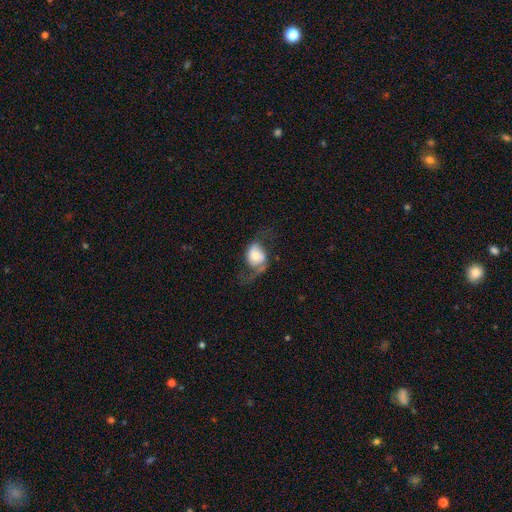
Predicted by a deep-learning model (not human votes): Q: Smooth or featured?
A: featured or disk (63%); runner-up: smooth (30%)
Q: Edge-on disk?
A: no (96%); runner-up: yes (4%)
Q: Bar?
A: no (64%); runner-up: weak (26%)
Q: Spiral arms?
A: yes (85%); runner-up: no (15%)
Q: Spiral winding?
A: loose (62%); runner-up: medium (30%)
Q: Spiral arm count?
A: 2 (80%); runner-up: 1 (12%)
Q: Bulge size?
A: moderate (45%); runner-up: small (35%)
Q: Merging?
A: none (47%); runner-up: major disturbance (30%)